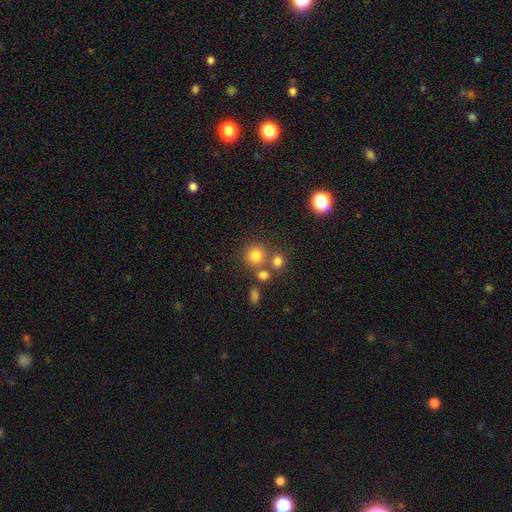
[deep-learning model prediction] smooth_or_featured: smooth (p=0.77) [alt: star or artifact p=0.15]
how_rounded: round (p=0.87) [alt: in between p=0.12]
merging: none (p=0.65) [alt: merger p=0.22]